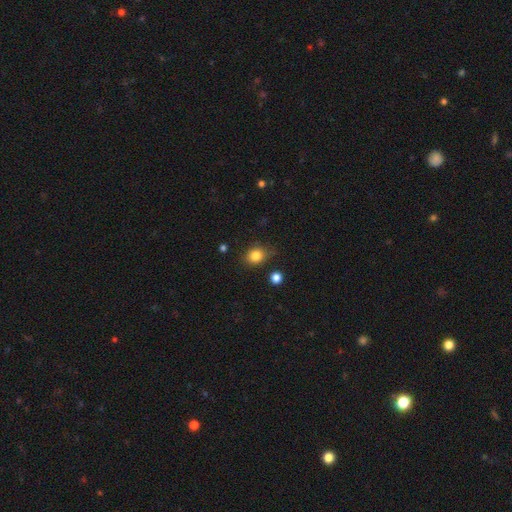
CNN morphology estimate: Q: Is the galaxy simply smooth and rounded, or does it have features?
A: smooth — 83%.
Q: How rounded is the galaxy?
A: round — 61%.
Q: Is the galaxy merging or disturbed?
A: none — 77%.